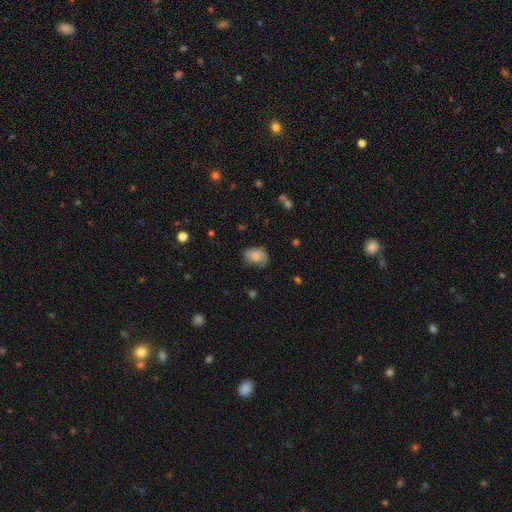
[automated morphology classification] Smooth or featured? smooth (60%)
How rounded? in between (78%)
Merging? none (62%)